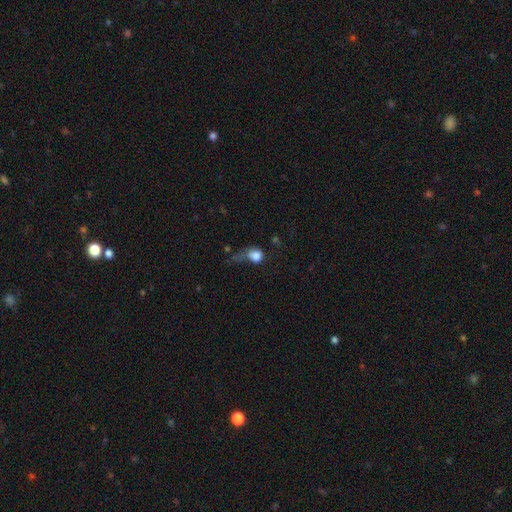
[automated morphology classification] This is likely a smooth galaxy (76%). How rounded: likely round (63%). Merging: possibly major disturbance (47%).